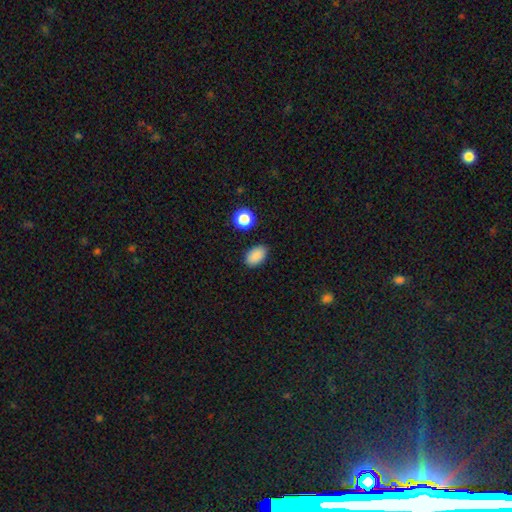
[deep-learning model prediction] This appears to be a smooth galaxy with no disk features (88%) that is in between round and cigar-shaped (88%). Merging: none (85%).